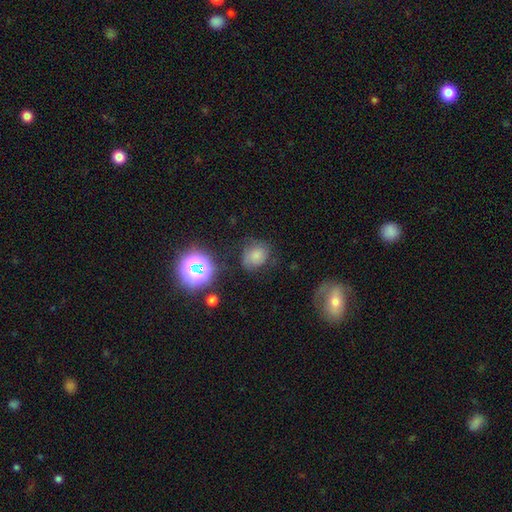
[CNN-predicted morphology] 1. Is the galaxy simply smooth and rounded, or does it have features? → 69% smooth, 19% star or artifact, 12% featured or disk.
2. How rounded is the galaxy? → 64% round, 35% in between, 1% cigar-shaped.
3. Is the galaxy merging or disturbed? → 63% none, 24% minor disturbance, 10% major disturbance, 4% merger.